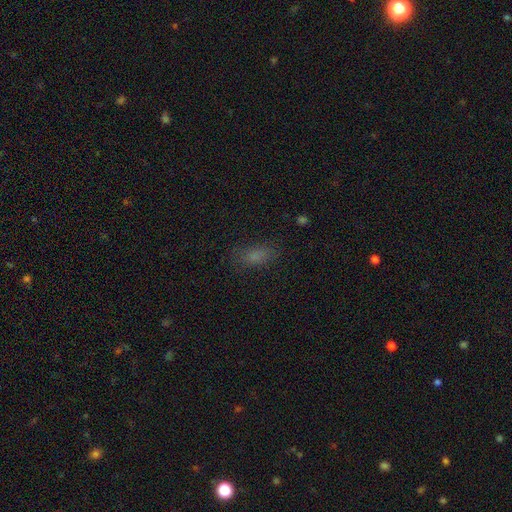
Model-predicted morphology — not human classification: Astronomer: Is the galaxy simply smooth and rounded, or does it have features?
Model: smooth — 75%.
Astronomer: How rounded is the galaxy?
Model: in between — 81%.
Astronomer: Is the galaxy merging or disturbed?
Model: none — 76%.